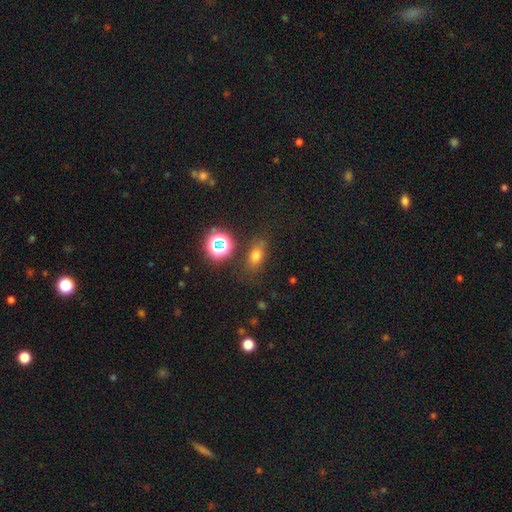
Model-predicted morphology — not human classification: The model was most divided on "how rounded": in between: 68%, round: 25%, cigar-shaped: 7%. More confident: merging — none (74%); smooth or featured — smooth (66%).